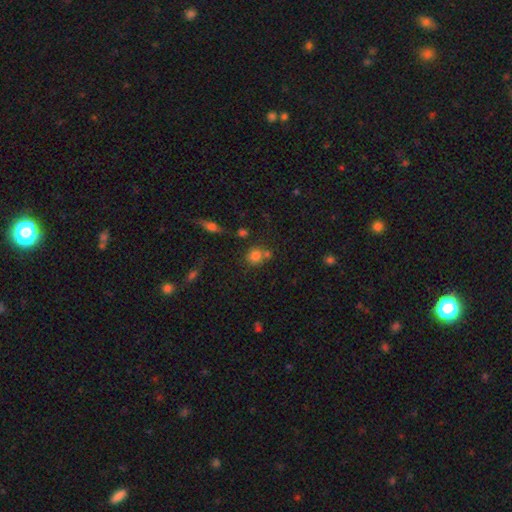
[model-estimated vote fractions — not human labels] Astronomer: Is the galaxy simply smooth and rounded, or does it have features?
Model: smooth — 77%.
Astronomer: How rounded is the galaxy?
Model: round — 77%.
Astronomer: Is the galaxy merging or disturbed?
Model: none — 58%.